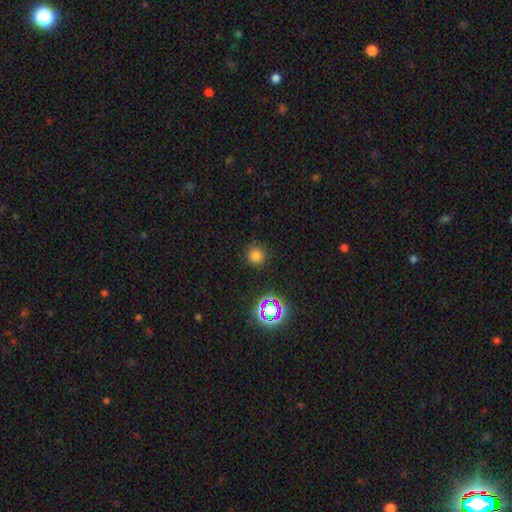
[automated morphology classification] type=smooth (74%); roundness=round (94%); merging=none (88%).